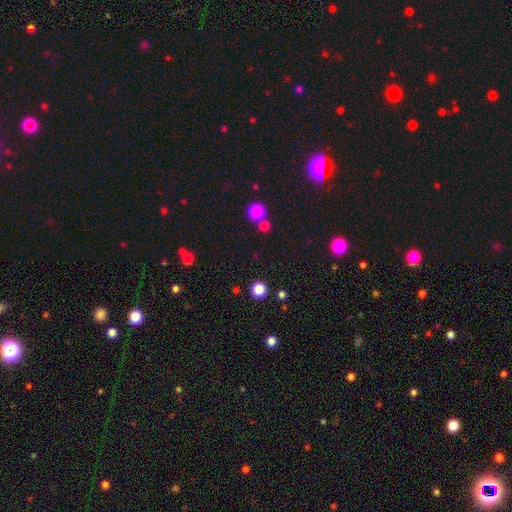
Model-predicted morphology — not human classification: The model was most divided on "smooth or featured": smooth: 69%, star or artifact: 24%, featured or disk: 6%. More confident: how rounded — round (88%); merging — none (72%).